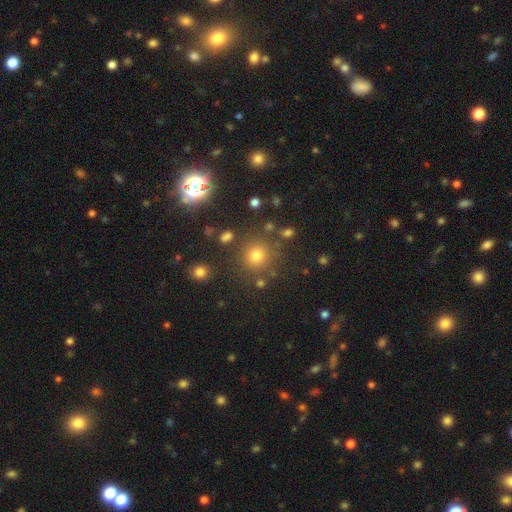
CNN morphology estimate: smooth_or_featured: smooth (p=0.71) [alt: star or artifact p=0.22]
how_rounded: round (p=0.92) [alt: in between p=0.07]
merging: none (p=0.83) [alt: minor disturbance p=0.08]